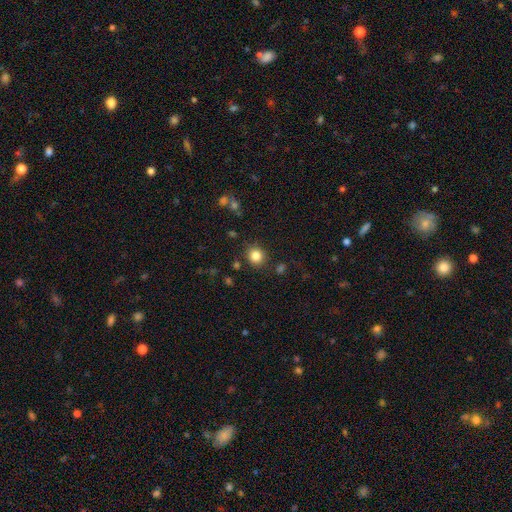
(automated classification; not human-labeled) Q: Smooth or featured?
A: smooth (83%); runner-up: star or artifact (11%)
Q: How rounded?
A: round (87%); runner-up: in between (12%)
Q: Merging?
A: none (87%); runner-up: minor disturbance (8%)